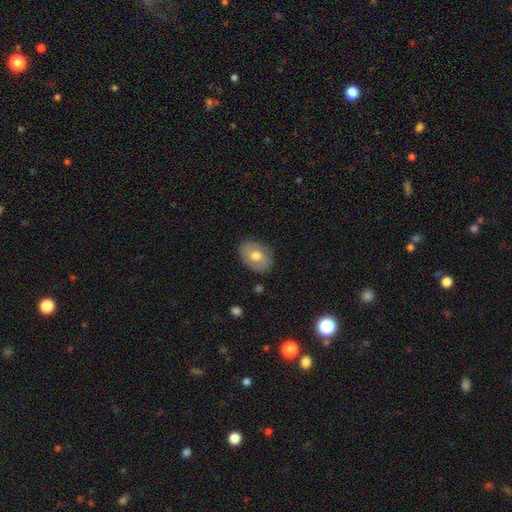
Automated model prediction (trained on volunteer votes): Smooth or featured? smooth (60%)
How rounded? in between (73%)
Merging? none (83%)